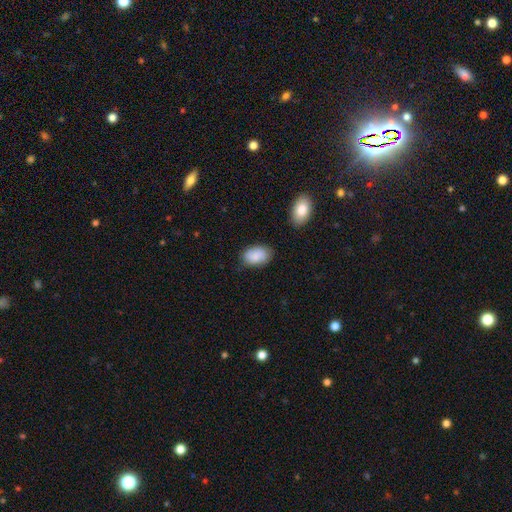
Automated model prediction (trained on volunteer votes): Q: Smooth or featured?
A: smooth (85%); runner-up: featured or disk (8%)
Q: How rounded?
A: in between (90%); runner-up: round (8%)
Q: Merging?
A: none (76%); runner-up: minor disturbance (17%)